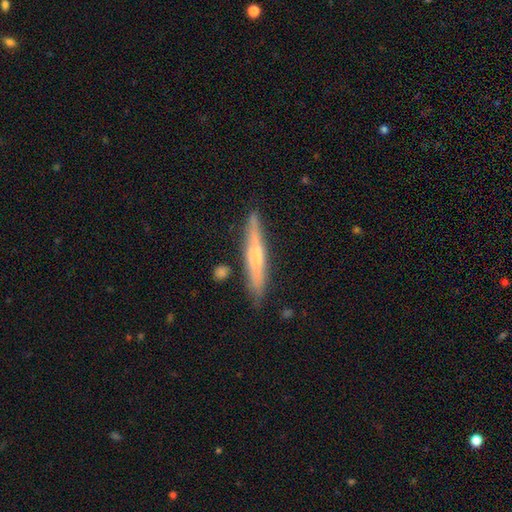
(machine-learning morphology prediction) This is possibly a featured or disk galaxy (47%, tied with smooth). Merging: clearly none (83%).